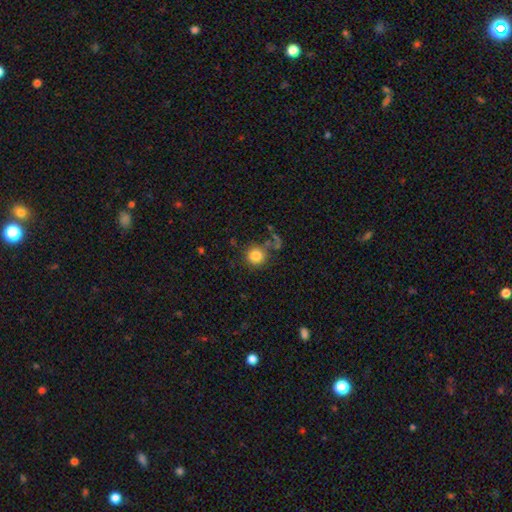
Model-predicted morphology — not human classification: A smooth galaxy with no disk features (83%) that is round (92%).

Vote fractions:
- Smooth or featured? smooth: 83% / star or artifact: 10% / featured or disk: 7%
- How rounded? round: 92% / in between: 7% / cigar-shaped: 1%
- Merging? none: 69% / minor disturbance: 13% / merger: 10% / major disturbance: 8%